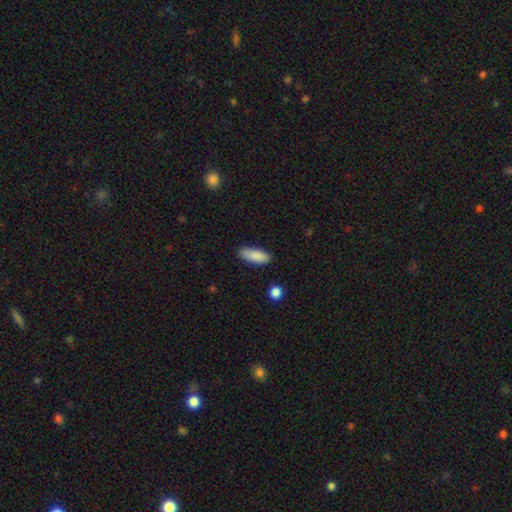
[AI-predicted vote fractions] Smooth or featured?
  - smooth: 89% *
  - star or artifact: 6%
  - featured or disk: 5%
How rounded?
  - in between: 73% *
  - cigar-shaped: 26%
  - round: 2%
Merging?
  - none: 85% *
  - minor disturbance: 11%
  - major disturbance: 2%
  - merger: 2%